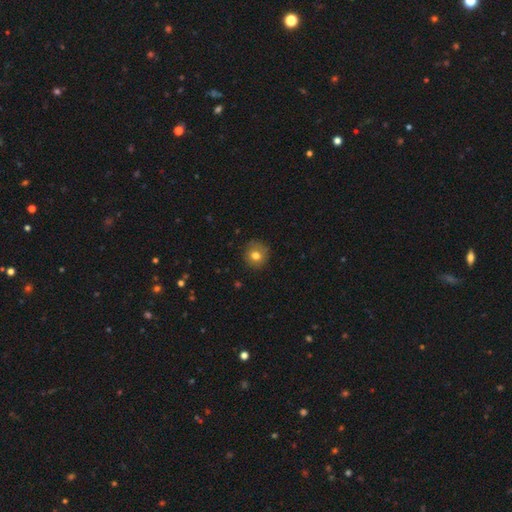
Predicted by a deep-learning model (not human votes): Smooth or featured? Predicted: smooth (p=0.78). How rounded? Predicted: round (p=0.90). Merging? Predicted: none (p=0.86).